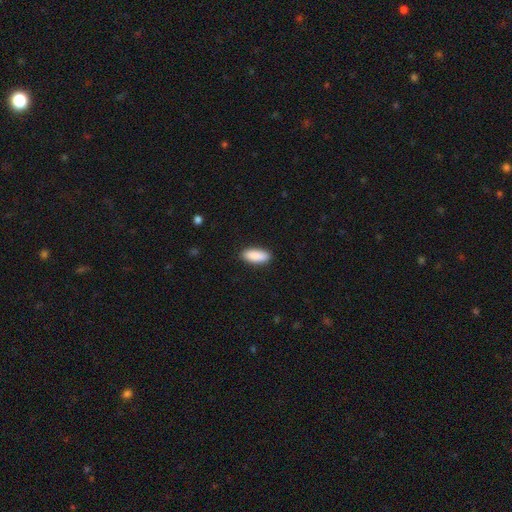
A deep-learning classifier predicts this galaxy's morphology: smooth-or-featured: smooth: 91% | star or artifact: 6% | featured or disk: 3%
  how-rounded: in between: 81% | cigar-shaped: 17% | round: 2%
  merging: none: 90% | minor disturbance: 8% | major disturbance: 2% | merger: 1%